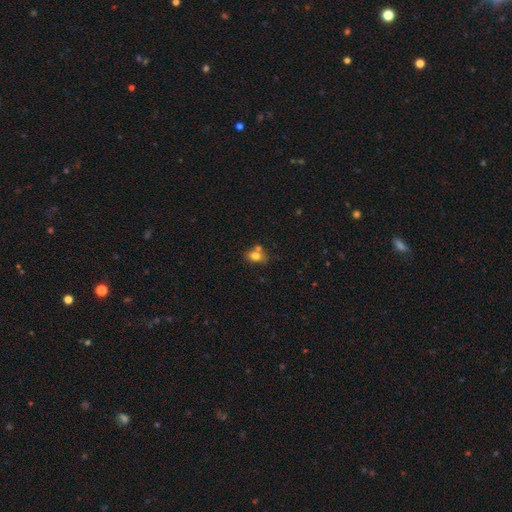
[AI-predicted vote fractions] smooth 77%, featured or disk 12%, star or artifact 11%. Down the decision tree: how rounded — in between (63%); merging — none (53%).